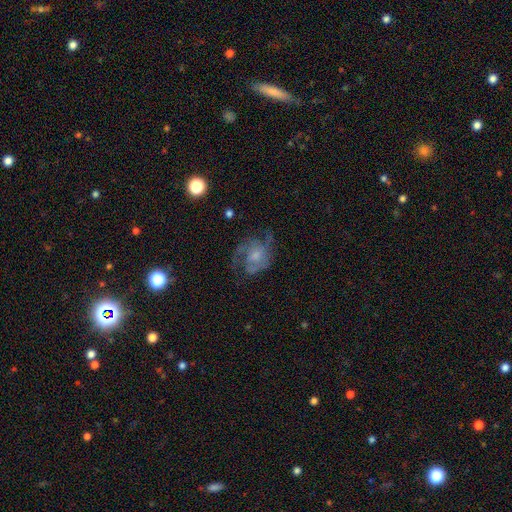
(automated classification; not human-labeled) Morphology: type=featured or disk (71%); edge-on=no (98%); bar=no (71%); spiral arms=yes (85%); winding=medium (48%); arm count=2 (40%); bulge=small (40%); merging=none (52%).